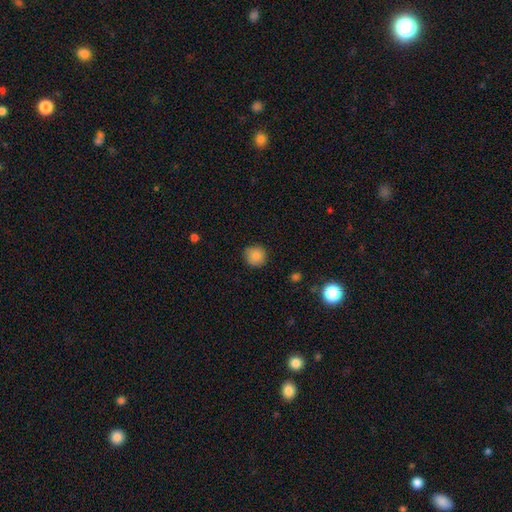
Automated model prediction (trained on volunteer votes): A smooth galaxy with no disk features (85%) that is round (93%). Merging: none (84%).